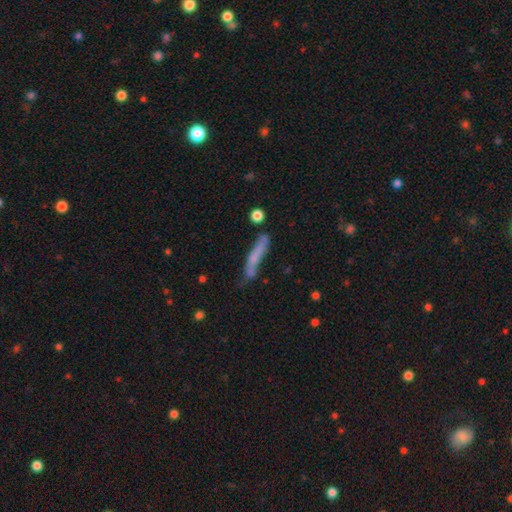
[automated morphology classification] A smooth galaxy with no disk features (59%) that is cigar-shaped (92%).

Vote fractions:
- Smooth or featured? smooth: 59% / featured or disk: 32% / star or artifact: 9%
- How rounded? cigar-shaped: 92% / in between: 6% / round: 2%
- Merging? none: 62% / minor disturbance: 23% / merger: 8% / major disturbance: 8%